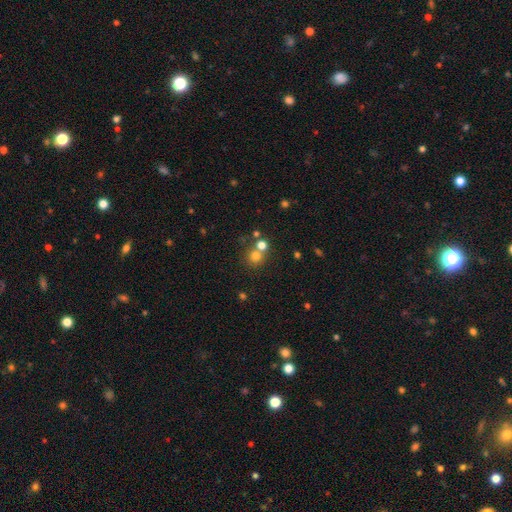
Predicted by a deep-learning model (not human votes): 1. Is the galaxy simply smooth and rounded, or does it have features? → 72% smooth, 18% star or artifact, 10% featured or disk.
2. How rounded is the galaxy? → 89% round, 10% in between, 1% cigar-shaped.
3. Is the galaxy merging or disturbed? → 57% none, 34% merger, 6% minor disturbance, 3% major disturbance.